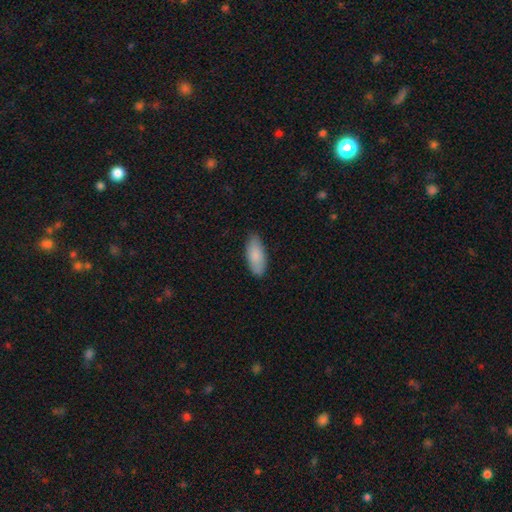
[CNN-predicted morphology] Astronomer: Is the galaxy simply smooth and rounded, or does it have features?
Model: smooth — 87%.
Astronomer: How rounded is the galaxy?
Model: in between — 83%.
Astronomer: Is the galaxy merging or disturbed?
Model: none — 84%.